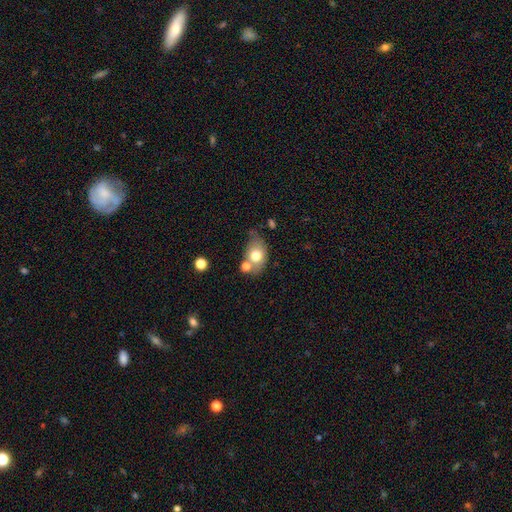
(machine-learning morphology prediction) The model was most divided on "merging": none: 52%, merger: 22%, minor disturbance: 19%, major disturbance: 6%. More confident: how rounded — in between (76%); smooth or featured — smooth (71%).